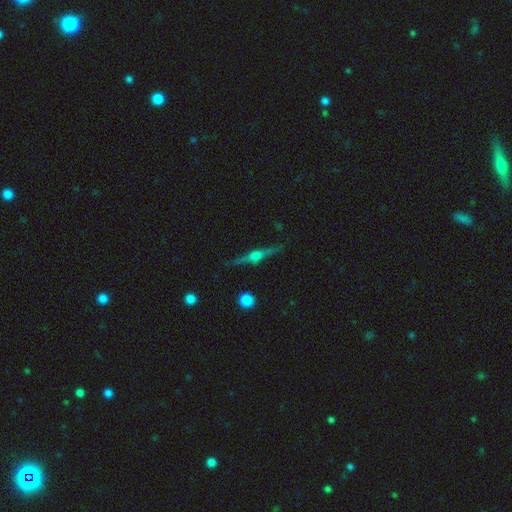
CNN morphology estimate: This is clearly a featured or disk galaxy (81%). It is clearly viewed edge-on (97%). Edge-on bulge: clearly rounded (92%). Merging: clearly none (88%).